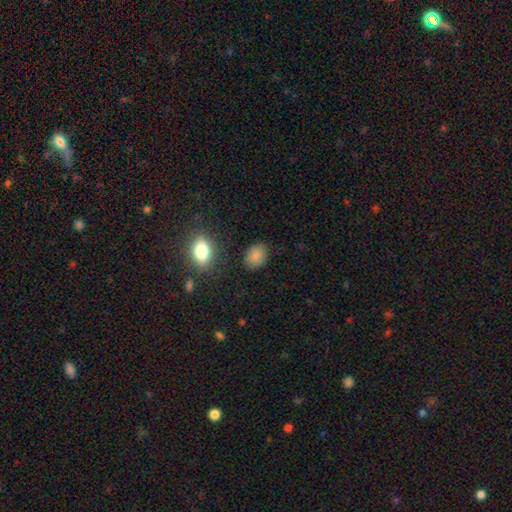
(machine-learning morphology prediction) A smooth galaxy with no disk features (85%) that is in between round and cigar-shaped (75%). Merging: none (82%).